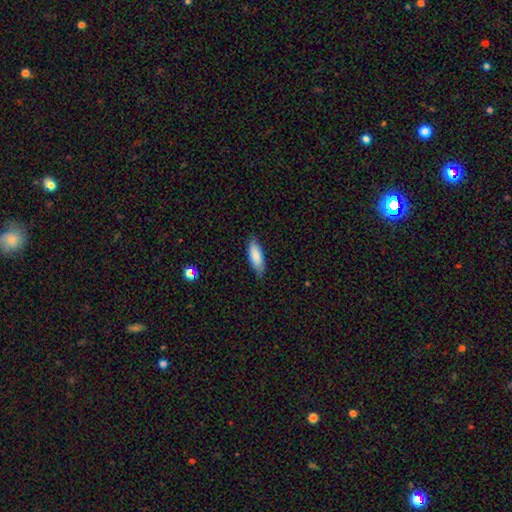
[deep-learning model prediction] smooth 85%, featured or disk 9%, star or artifact 6%. Down the decision tree: how rounded — in between (67%); merging — none (79%).